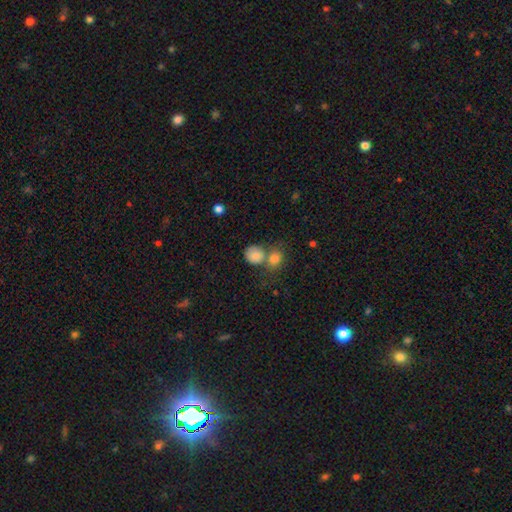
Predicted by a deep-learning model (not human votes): Q: Smooth or featured?
A: smooth (79%); runner-up: star or artifact (11%)
Q: How rounded?
A: round (75%); runner-up: in between (24%)
Q: Merging?
A: merger (44%); runner-up: none (41%)